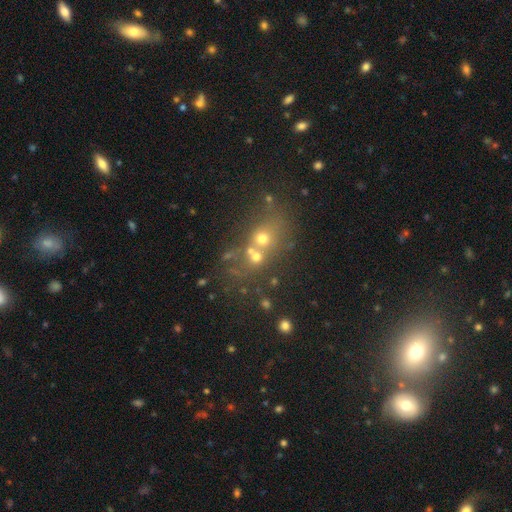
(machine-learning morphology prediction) Smooth or featured? Predicted: smooth (p=0.43). Merging? Predicted: merger (p=0.42, tied with none).